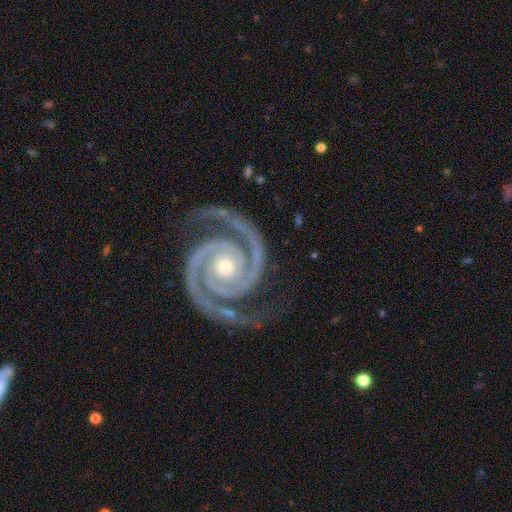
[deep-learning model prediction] Smooth or featured? featured or disk (95%)
Edge-on disk? no (98%)
Bar? no (75%)
Spiral arms? yes (99%)
Spiral winding? tight (74%)
Spiral arm count? 2 (94%)
Bulge size? moderate (64%)
Merging? none (82%)